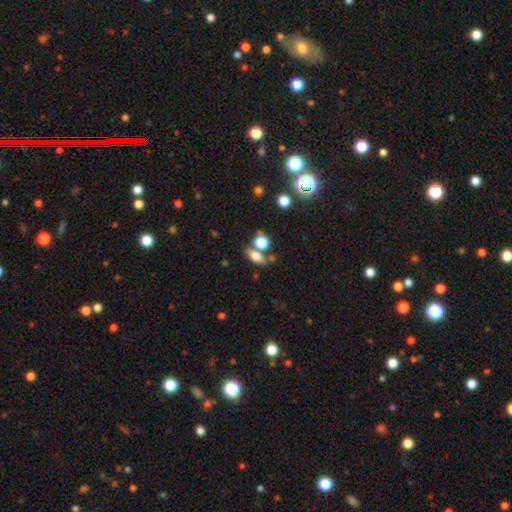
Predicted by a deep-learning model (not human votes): smooth-or-featured: smooth: 68% | featured or disk: 19% | star or artifact: 13%
  how-rounded: in between: 62% | round: 20% | cigar-shaped: 18%
  merging: none: 63% | merger: 20% | minor disturbance: 12% | major disturbance: 5%